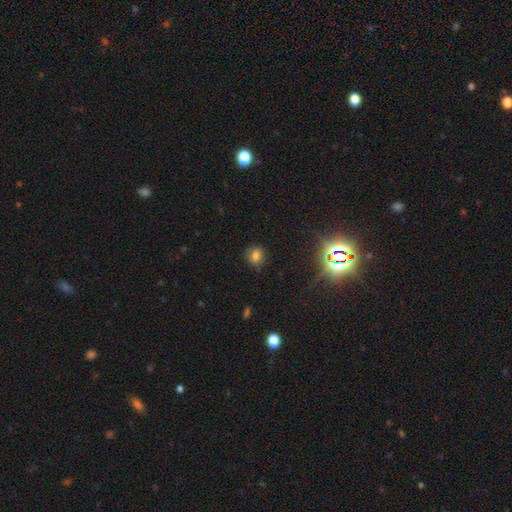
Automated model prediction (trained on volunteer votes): smooth 73%, star or artifact 18%, featured or disk 9%. Down the decision tree: how rounded — round (68%); merging — none (83%).